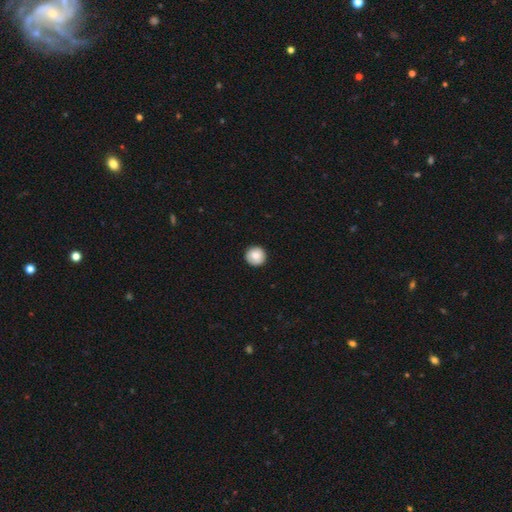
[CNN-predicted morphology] Overall: smooth (82%). How rounded: round (95%). Merging: none (92%).